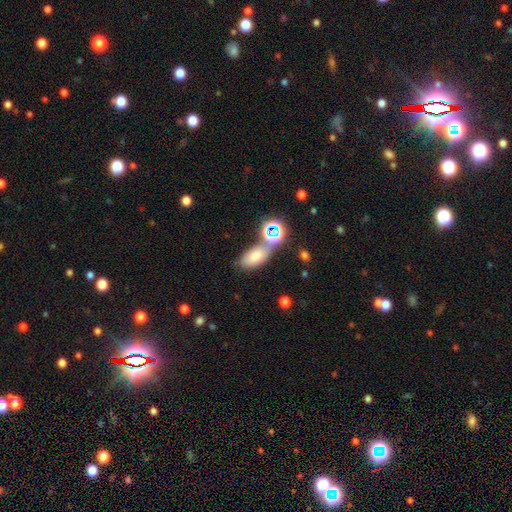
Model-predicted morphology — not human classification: smooth_or_featured: smooth (p=0.68) [alt: star or artifact p=0.20]
how_rounded: in between (p=0.86) [alt: round p=0.10]
merging: none (p=0.52) [alt: merger p=0.24]